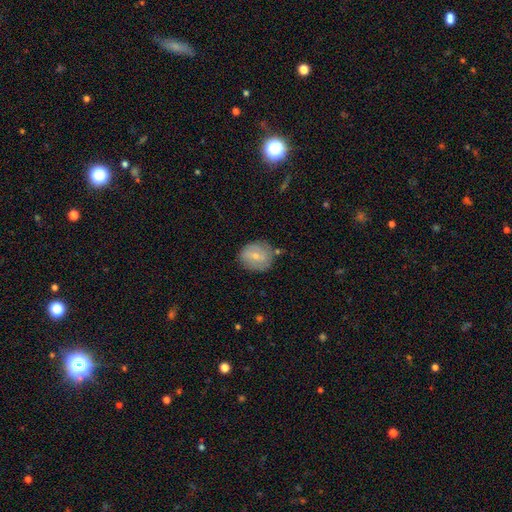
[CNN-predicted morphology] Smooth or featured?
  - smooth: 57% *
  - featured or disk: 35%
  - star or artifact: 7%
How rounded?
  - round: 75% *
  - in between: 24%
  - cigar-shaped: 1%
Merging?
  - none: 74% *
  - minor disturbance: 18%
  - major disturbance: 4%
  - merger: 4%